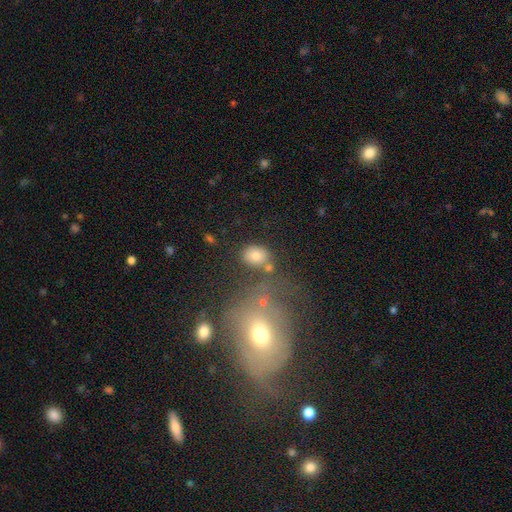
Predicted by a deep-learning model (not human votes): Smooth or featured?
  - smooth: 77% *
  - star or artifact: 12%
  - featured or disk: 11%
How rounded?
  - in between: 63% *
  - round: 36%
  - cigar-shaped: 1%
Merging?
  - none: 66% *
  - minor disturbance: 15%
  - merger: 13%
  - major disturbance: 6%